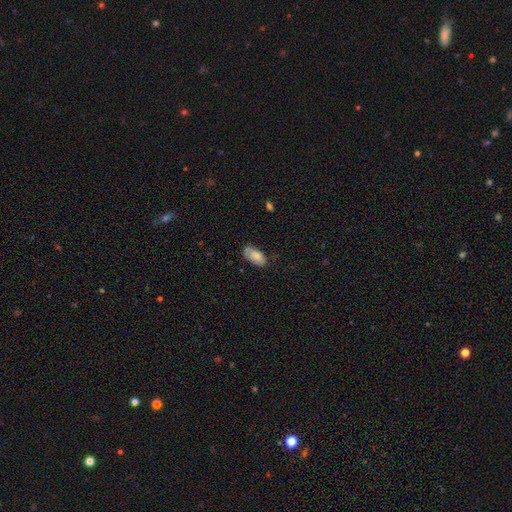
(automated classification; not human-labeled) Overall: smooth (78%). How rounded: in between (93%). Merging: none (64%; minor disturbance 26%).